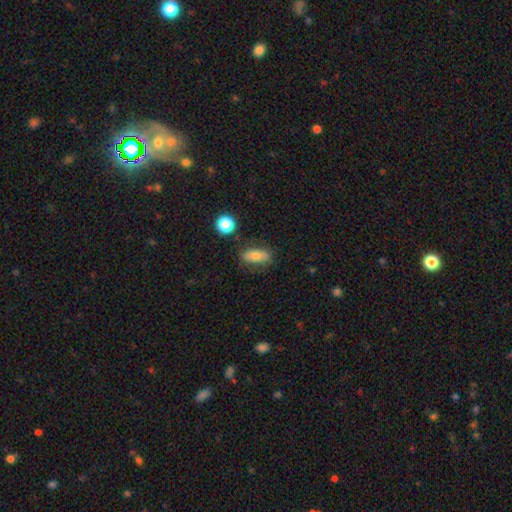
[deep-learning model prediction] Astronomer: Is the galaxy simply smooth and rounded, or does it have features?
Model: smooth — 67%.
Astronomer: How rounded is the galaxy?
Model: in between — 74%.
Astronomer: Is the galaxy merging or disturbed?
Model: none — 77%.